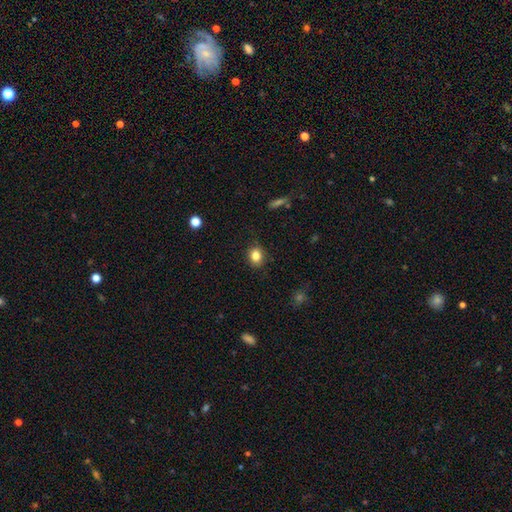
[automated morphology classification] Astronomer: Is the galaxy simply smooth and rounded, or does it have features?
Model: smooth — 83%.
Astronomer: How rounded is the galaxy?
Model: round — 56% (runner-up: in between, 43%).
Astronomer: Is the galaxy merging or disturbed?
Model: none — 85%.